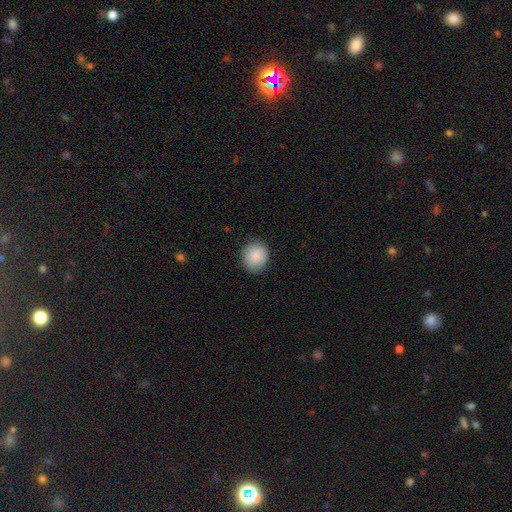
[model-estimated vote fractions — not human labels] Smooth or featured?
  - smooth: 85% *
  - featured or disk: 8%
  - star or artifact: 7%
How rounded?
  - round: 79% *
  - in between: 20%
  - cigar-shaped: 1%
Merging?
  - none: 80% *
  - minor disturbance: 16%
  - major disturbance: 3%
  - merger: 1%